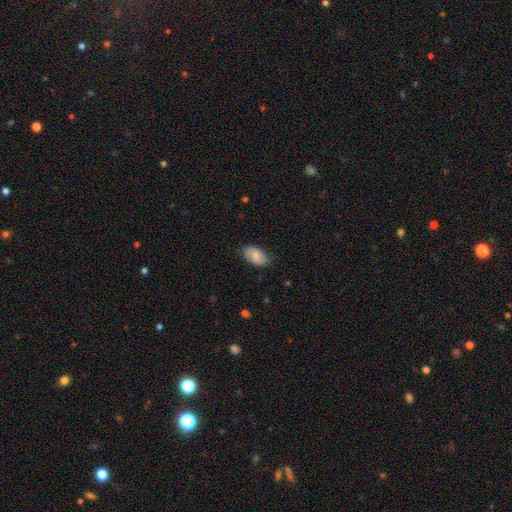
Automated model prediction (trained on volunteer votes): Morphology: type=smooth (76%); roundness=in between (94%); merging=none (82%).